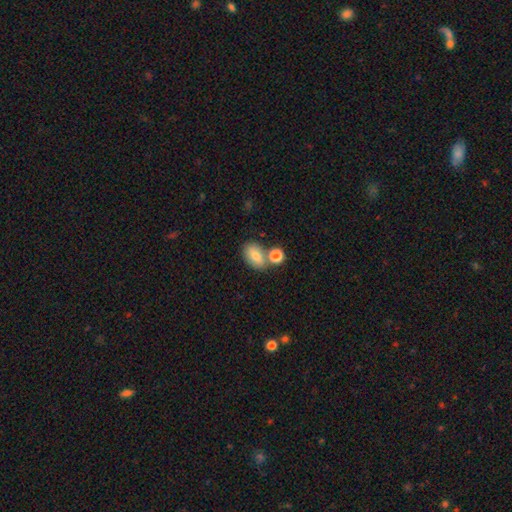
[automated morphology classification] smooth_or_featured: smooth (p=0.77) [alt: featured or disk p=0.14]
how_rounded: in between (p=0.83) [alt: round p=0.15]
merging: none (p=0.58) [alt: merger p=0.26]